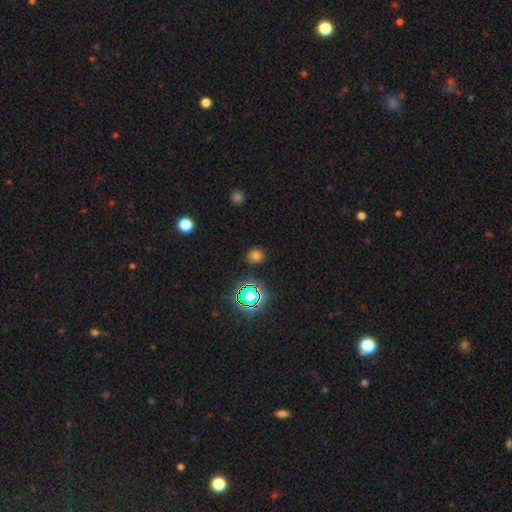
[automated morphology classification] Smooth or featured: smooth — 67% (star or artifact — 28%)
How rounded: round — 77% (in between — 22%)
Merging: none — 82% (minor disturbance — 12%)